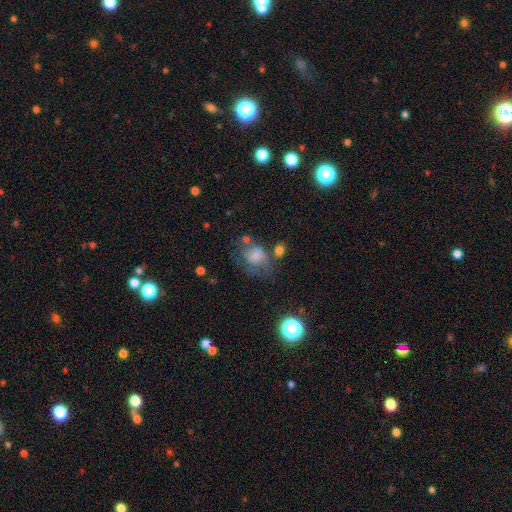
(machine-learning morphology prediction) smooth 60%, featured or disk 28%, star or artifact 12%. Down the decision tree: how rounded — in between (58%); merging — major disturbance (34%).